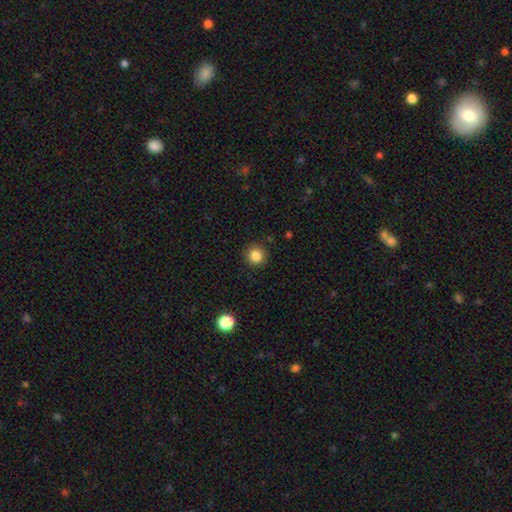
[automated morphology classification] This appears to be a smooth galaxy with no disk features (84%) that is round (94%). Merging: none (90%).